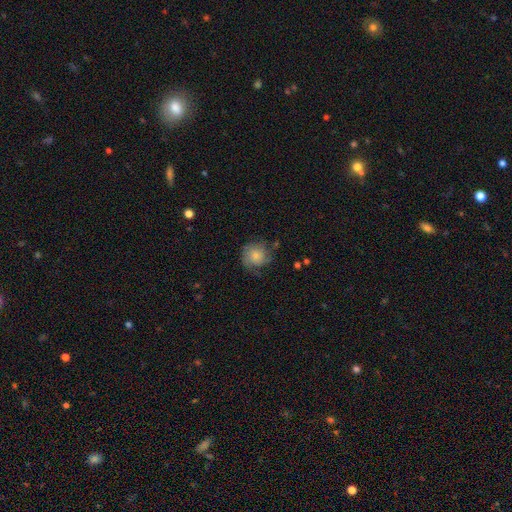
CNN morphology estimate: Smooth or featured? smooth (56%)
How rounded? round (86%)
Merging? none (60%)